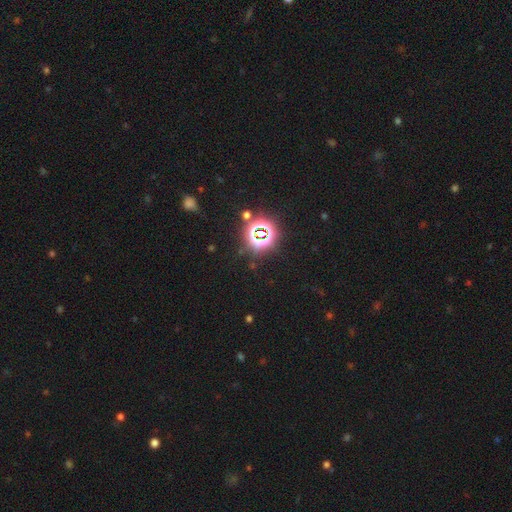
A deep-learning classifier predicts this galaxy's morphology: The model was most divided on "smooth or featured": star or artifact: 84%, smooth: 10%, featured or disk: 6%.